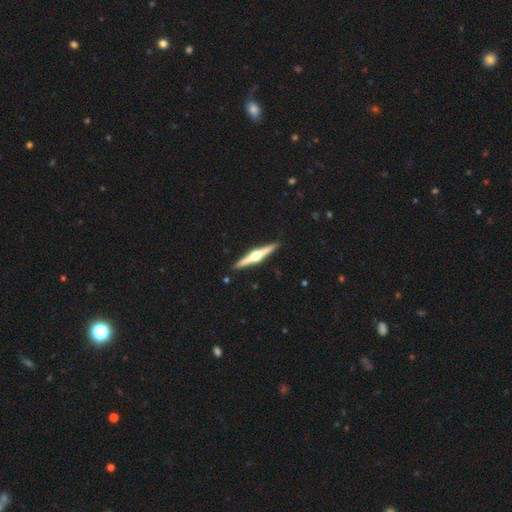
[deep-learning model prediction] This is clearly a featured or disk galaxy (82%). It is clearly viewed edge-on (99%). Edge-on bulge: clearly rounded (96%). Merging: clearly none (92%).